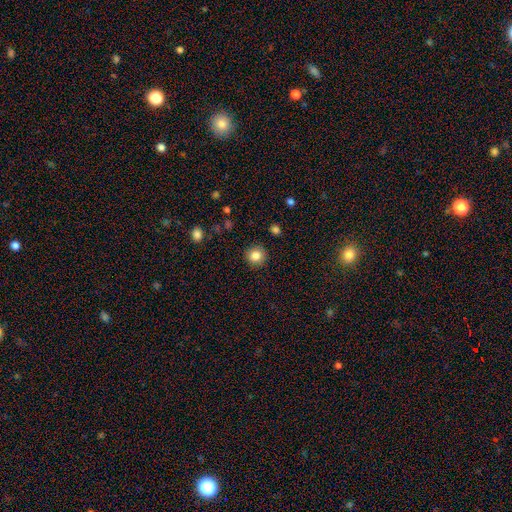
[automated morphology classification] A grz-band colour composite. It shows a smooth galaxy with no disk features (84%) that is round (93%). Merging: none (91%).